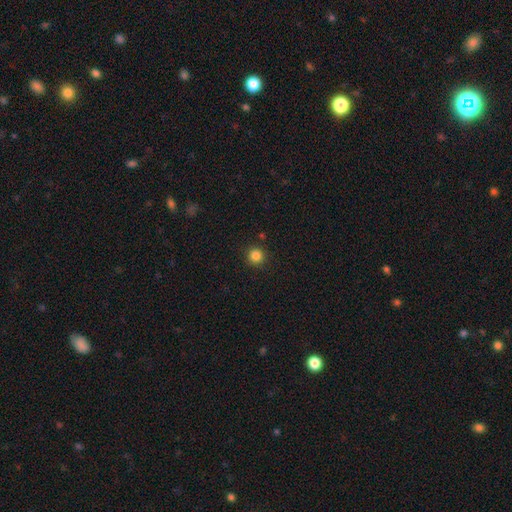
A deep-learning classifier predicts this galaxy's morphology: smooth 84%, star or artifact 12%, featured or disk 4%. Down the decision tree: how rounded — round (95%); merging — none (91%).